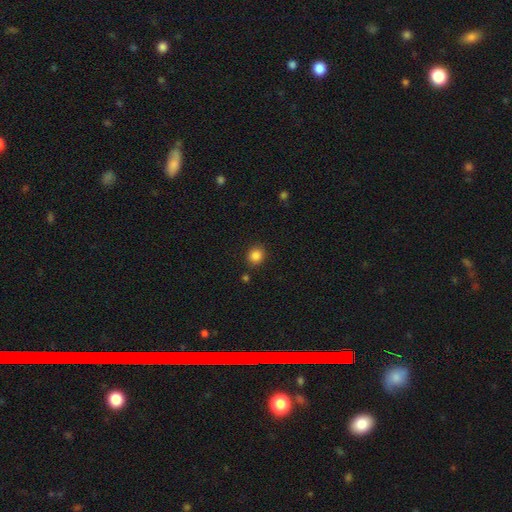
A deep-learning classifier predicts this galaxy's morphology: smooth-or-featured: smooth: 85% | star or artifact: 11% | featured or disk: 4%
  how-rounded: round: 80% | in between: 19% | cigar-shaped: 1%
  merging: none: 86% | minor disturbance: 8% | merger: 3% | major disturbance: 2%